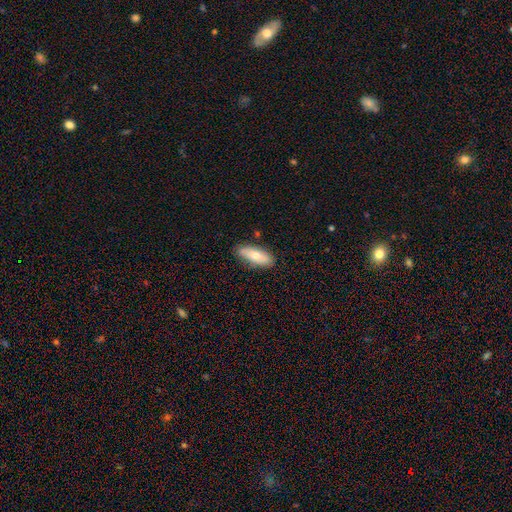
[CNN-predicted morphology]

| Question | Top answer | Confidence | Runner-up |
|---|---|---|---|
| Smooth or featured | smooth | 70% | featured or disk (24%) |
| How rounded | in between | 73% | cigar-shaped (25%) |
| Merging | none | 80% | minor disturbance (15%) |